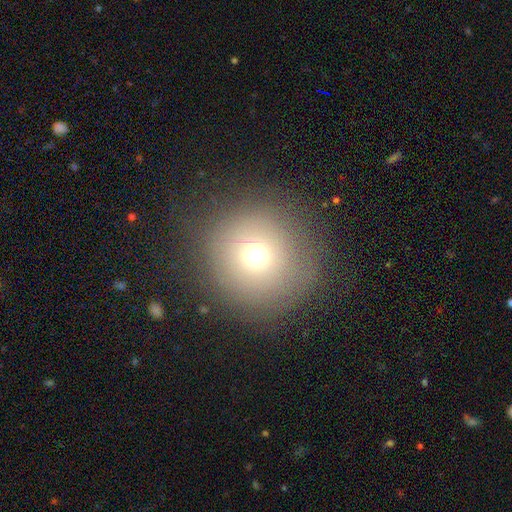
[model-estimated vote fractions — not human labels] A smooth galaxy with no disk features (70%) that is round (95%). Merging: none (83%).